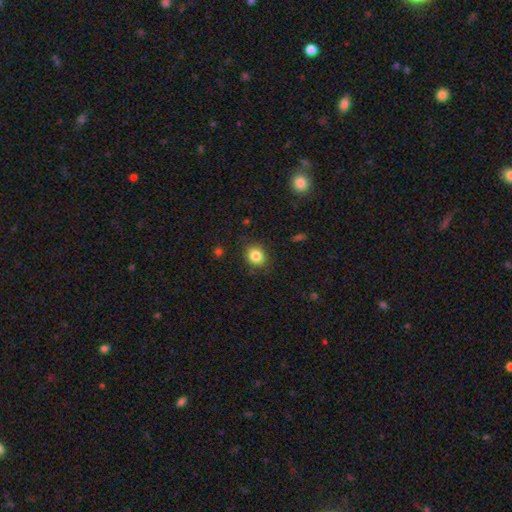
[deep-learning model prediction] Overall: smooth (85%). How rounded: round (64%; in between 35%). Merging: none (85%).